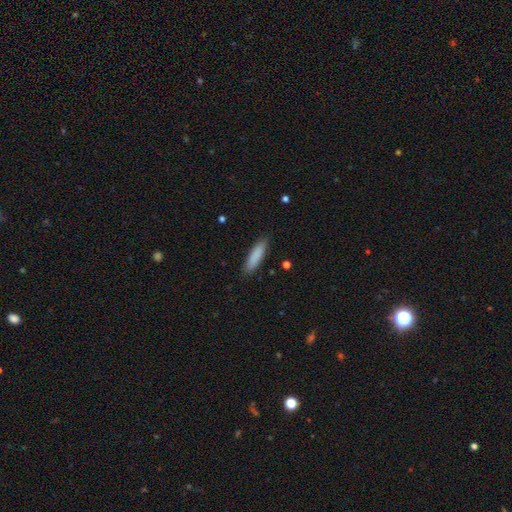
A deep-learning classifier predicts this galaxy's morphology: Smooth or featured: smooth — 86% (featured or disk — 8%)
How rounded: cigar-shaped — 69% (in between — 30%)
Merging: none — 86% (minor disturbance — 10%)